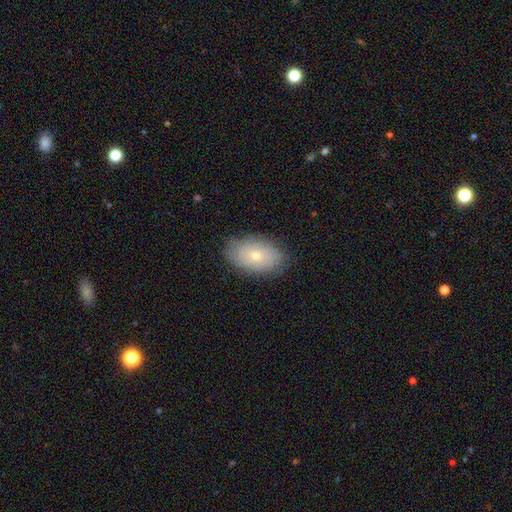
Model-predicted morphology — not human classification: Smooth or featured? Predicted: smooth (p=0.51). How rounded? Predicted: in between (p=0.90). Merging? Predicted: none (p=0.82).